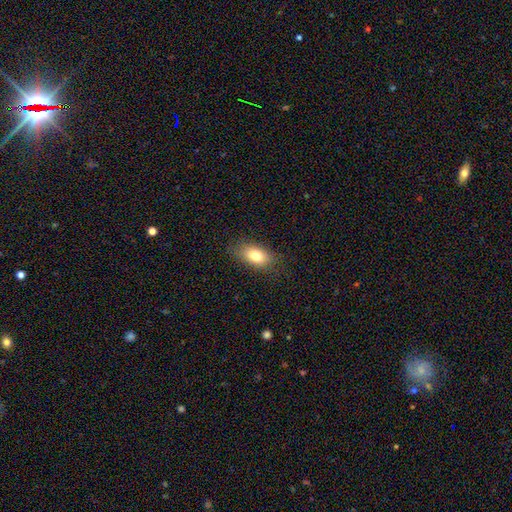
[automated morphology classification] Overall: smooth (78%). How rounded: in between (87%). Merging: none (82%).